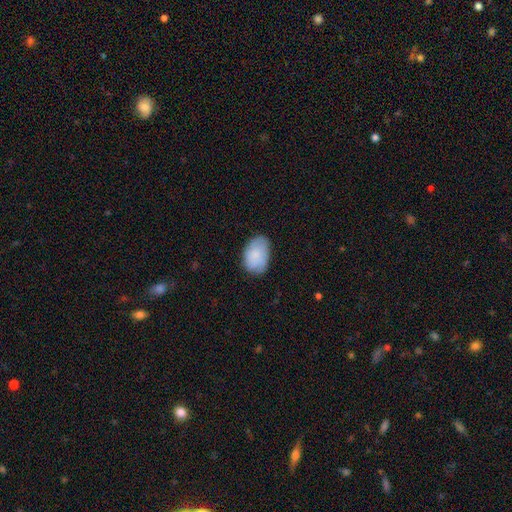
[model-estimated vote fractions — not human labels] This is likely a smooth galaxy (73%). How rounded: clearly in between (89%). Merging: likely none (68%).